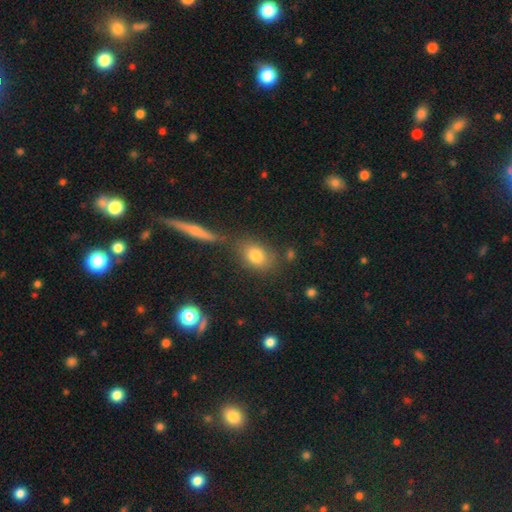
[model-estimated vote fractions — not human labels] Smooth or featured: smooth — 77% (featured or disk — 12%)
How rounded: in between — 65% (round — 32%)
Merging: none — 66% (minor disturbance — 14%)